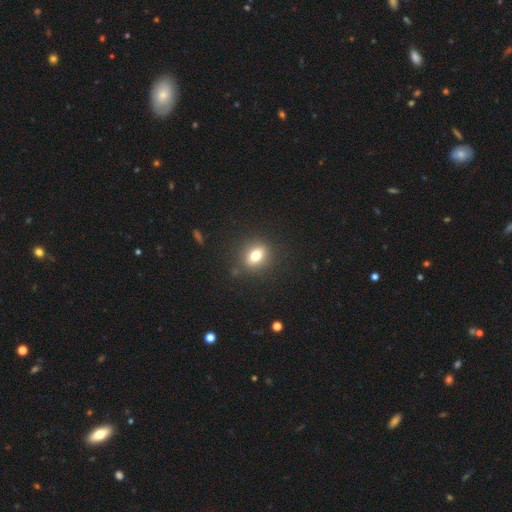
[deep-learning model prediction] Morphology: type=smooth (74%); roundness=round (50%); merging=none (86%).